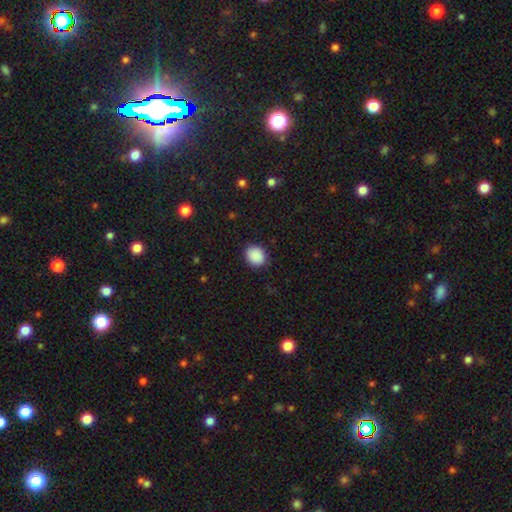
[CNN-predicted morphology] Smooth or featured? smooth (90%)
How rounded? round (66%)
Merging? none (88%)